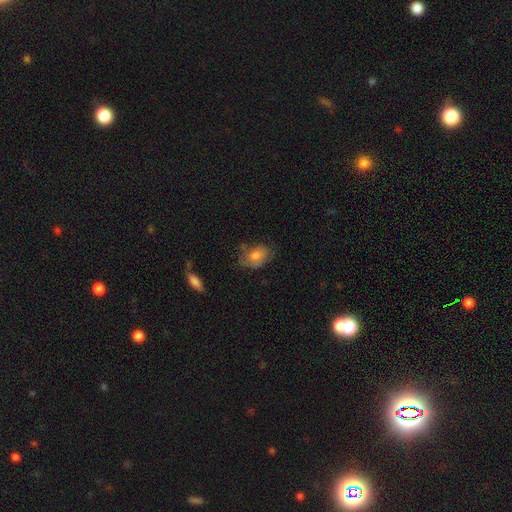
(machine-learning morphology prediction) This is likely a smooth galaxy (74%). How rounded: clearly in between (81%). Merging: possibly none (55%).